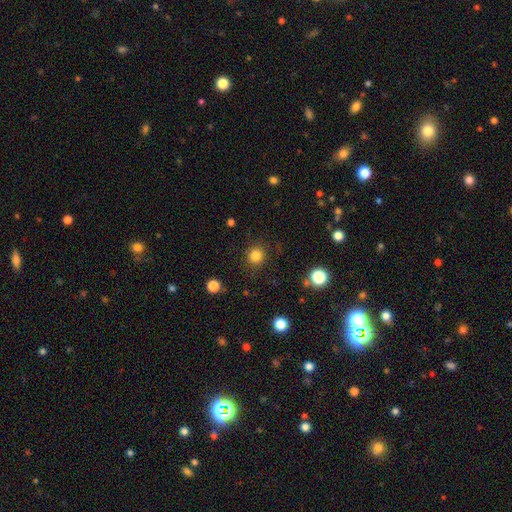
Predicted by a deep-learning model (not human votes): Smooth or featured? Predicted: smooth (p=0.83). How rounded? Predicted: round (p=0.92). Merging? Predicted: none (p=0.88).